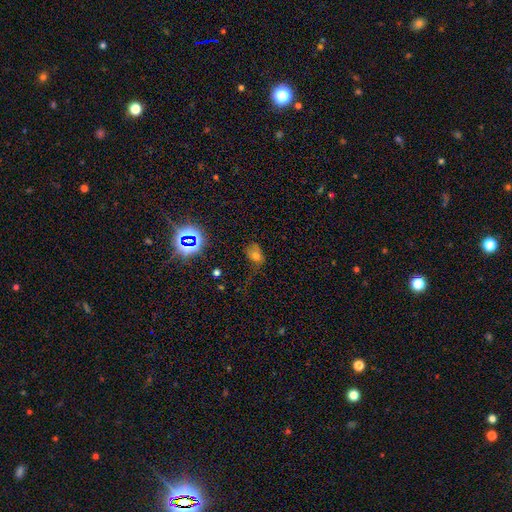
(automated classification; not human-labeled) smooth-or-featured: smooth: 62% | star or artifact: 24% | featured or disk: 14%
  how-rounded: in between: 66% | round: 33% | cigar-shaped: 2%
  merging: none: 37% | major disturbance: 31% | minor disturbance: 29% | merger: 4%